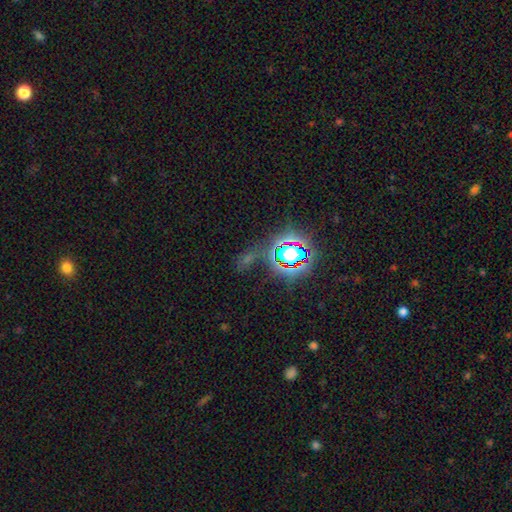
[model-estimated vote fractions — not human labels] This appears to be a star or artifact, not a galaxy (80%).